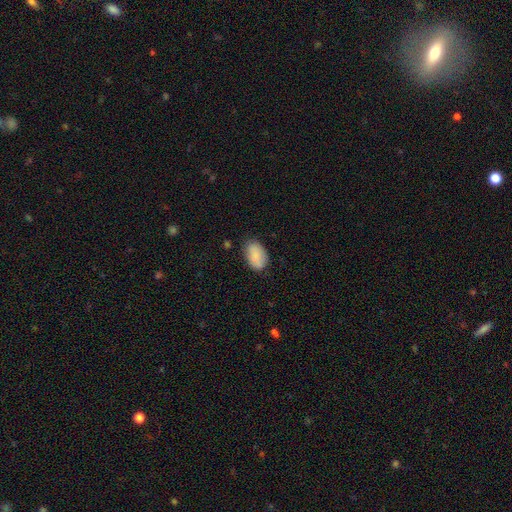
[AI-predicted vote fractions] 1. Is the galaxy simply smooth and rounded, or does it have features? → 86% smooth, 8% featured or disk, 6% star or artifact.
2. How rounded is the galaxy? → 91% in between, 8% round, 1% cigar-shaped.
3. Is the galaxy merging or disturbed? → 77% none, 18% minor disturbance, 4% major disturbance, 1% merger.